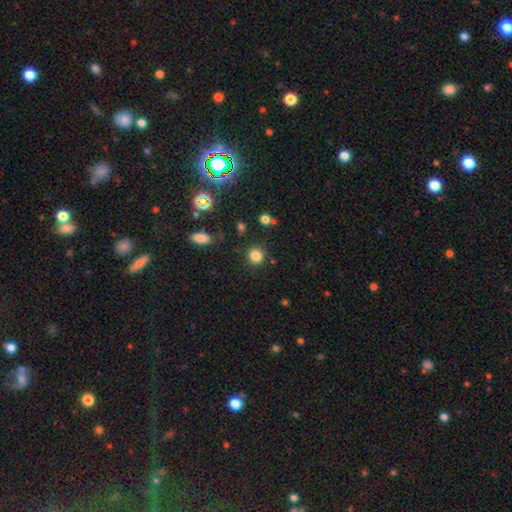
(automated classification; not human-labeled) smooth-or-featured: smooth: 83% | star or artifact: 13% | featured or disk: 5%
  how-rounded: round: 86% | in between: 12% | cigar-shaped: 1%
  merging: none: 85% | minor disturbance: 9% | merger: 3% | major disturbance: 3%